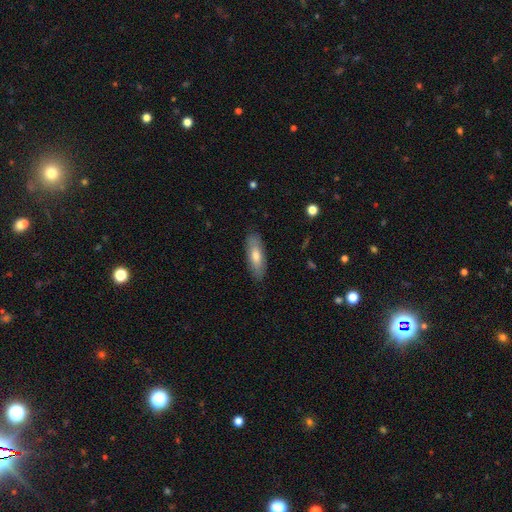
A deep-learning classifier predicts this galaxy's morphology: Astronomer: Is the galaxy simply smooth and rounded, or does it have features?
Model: smooth — 67%.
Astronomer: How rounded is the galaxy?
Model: in between — 66%.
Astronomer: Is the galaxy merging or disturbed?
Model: none — 85%.